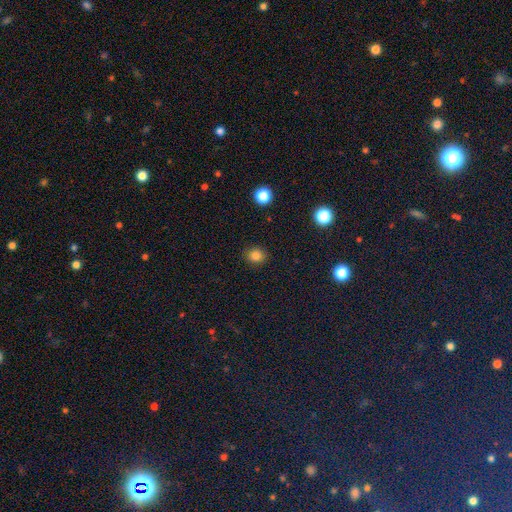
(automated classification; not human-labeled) This is clearly a smooth galaxy (83%). How rounded: likely round (75%). Merging: clearly none (89%).